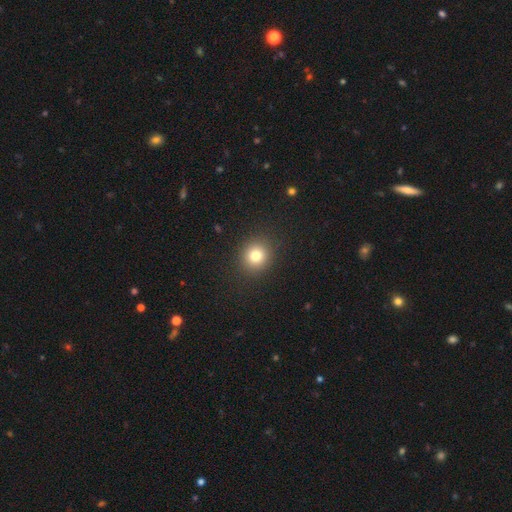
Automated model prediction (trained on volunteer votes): smooth-or-featured: smooth: 80% | star or artifact: 13% | featured or disk: 8%
  how-rounded: round: 86% | in between: 13% | cigar-shaped: 1%
  merging: none: 90% | minor disturbance: 6% | major disturbance: 3% | merger: 1%